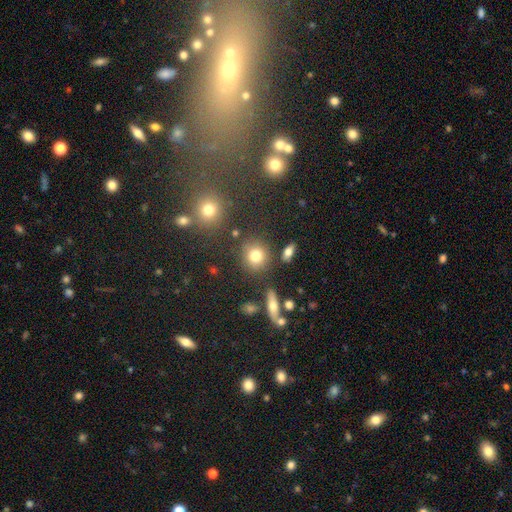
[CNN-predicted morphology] Smooth or featured?
  - smooth: 77% *
  - star or artifact: 13%
  - featured or disk: 10%
How rounded?
  - round: 82% *
  - in between: 16%
  - cigar-shaped: 2%
Merging?
  - none: 79% *
  - minor disturbance: 10%
  - merger: 7%
  - major disturbance: 4%